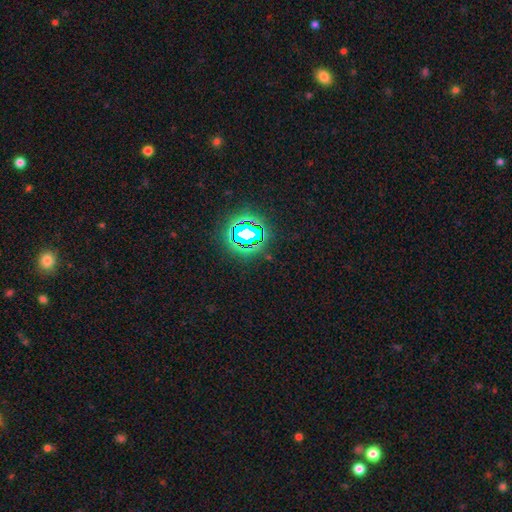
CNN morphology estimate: A star or artifact, not a galaxy (81%).

Vote fractions:
- Smooth or featured? star or artifact: 81% / smooth: 13% / featured or disk: 6%